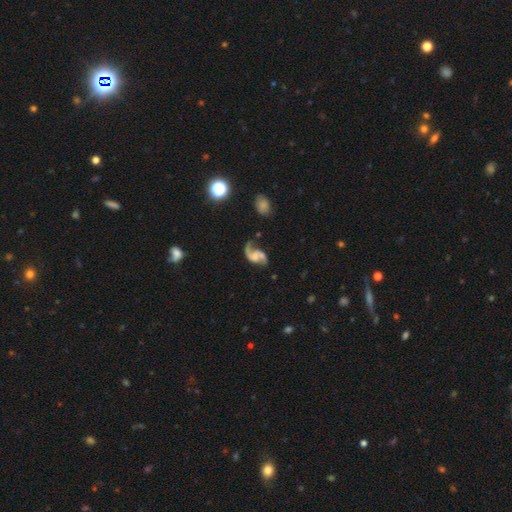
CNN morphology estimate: A featured or disk galaxy (88%) with no bar (51%), 2 (91%) loose (68%) spiral arms (96%) and no central bulge (43%). Merging: none (60%).